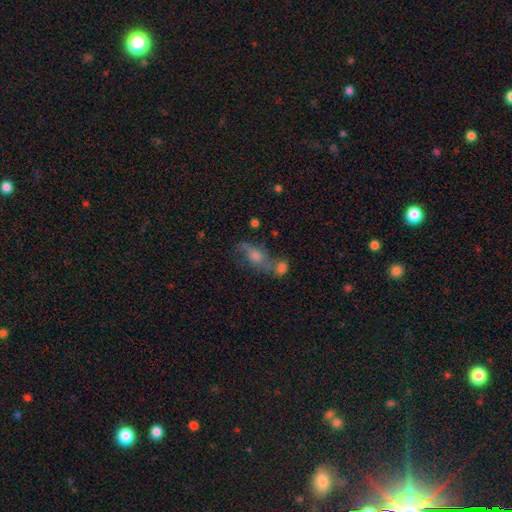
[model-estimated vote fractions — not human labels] smooth-or-featured: featured or disk: 47% | smooth: 34% | star or artifact: 19%
  merging: none: 43% | merger: 32% | minor disturbance: 15% | major disturbance: 10%